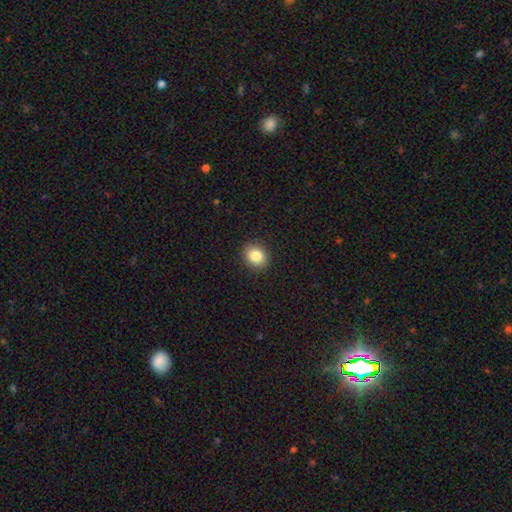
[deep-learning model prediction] The model was most divided on "how rounded": round: 58%, in between: 41%, cigar-shaped: 1%. More confident: merging — none (90%); smooth or featured — smooth (86%).